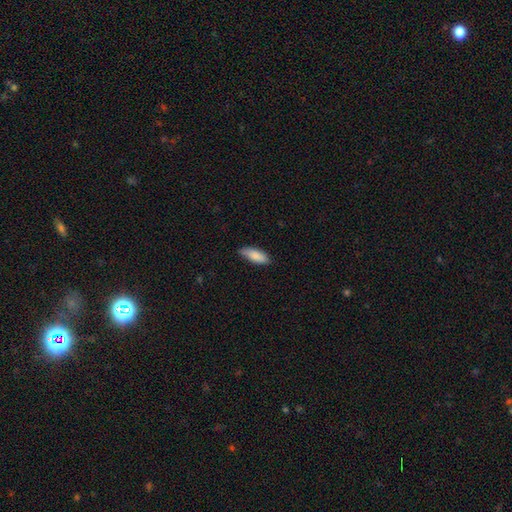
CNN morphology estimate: Smooth or featured? Predicted: smooth (p=0.86). How rounded? Predicted: in between (p=0.70). Merging? Predicted: none (p=0.81).